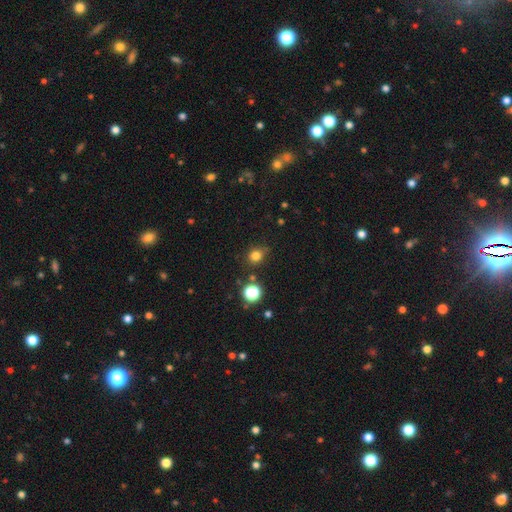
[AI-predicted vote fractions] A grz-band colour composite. It shows a smooth galaxy with no disk features (79%) that is round (73%). Merging: none (76%).